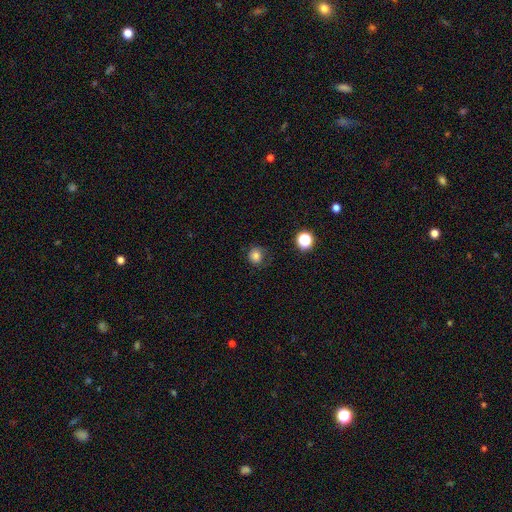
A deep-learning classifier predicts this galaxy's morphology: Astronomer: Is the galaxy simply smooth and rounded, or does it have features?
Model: smooth — 80%.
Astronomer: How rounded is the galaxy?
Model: round — 89%.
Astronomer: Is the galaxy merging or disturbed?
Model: none — 73%.